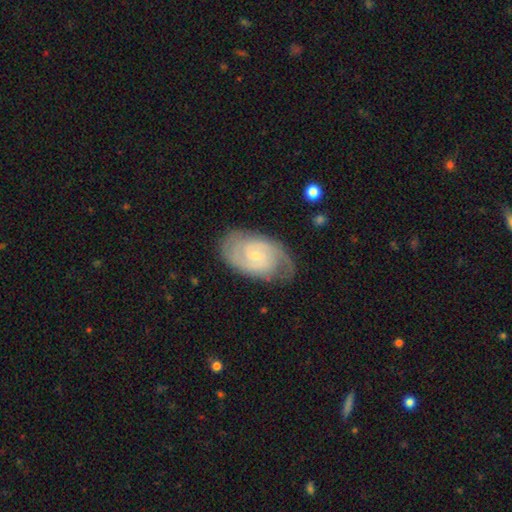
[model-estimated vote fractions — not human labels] The model was most divided on "bar": no: 49%, weak: 43%, strong: 8%. More confident: spiral arms — yes (97%); edge-on disk — no (97%); smooth or featured — featured or disk (85%); merging — none (78%); bulge size — small (78%); spiral arm count — 2 (70%); spiral winding — tight (57%).